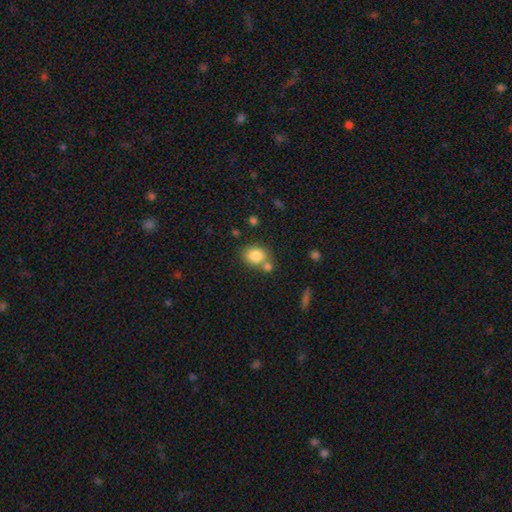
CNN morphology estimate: Overall: smooth (83%). How rounded: round (58%; in between 41%). Merging: none (62%; merger 22%).